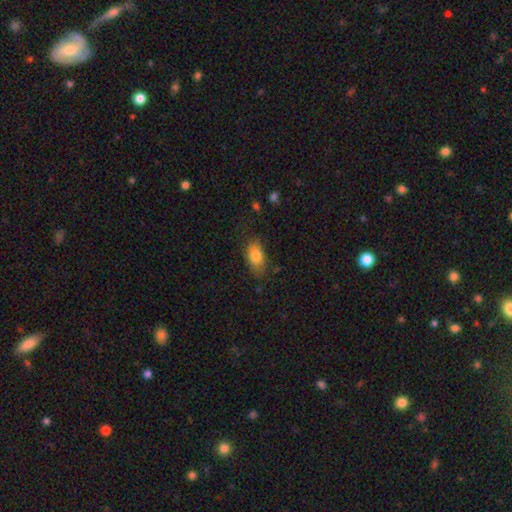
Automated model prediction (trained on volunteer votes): Overall: smooth (80%). How rounded: in between (89%). Merging: none (76%).